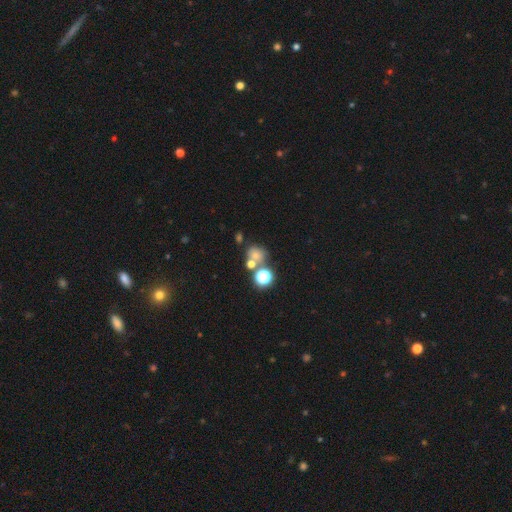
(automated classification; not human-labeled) smooth 62%, star or artifact 26%, featured or disk 12%. Down the decision tree: how rounded — round (75%); merging — none (50%).